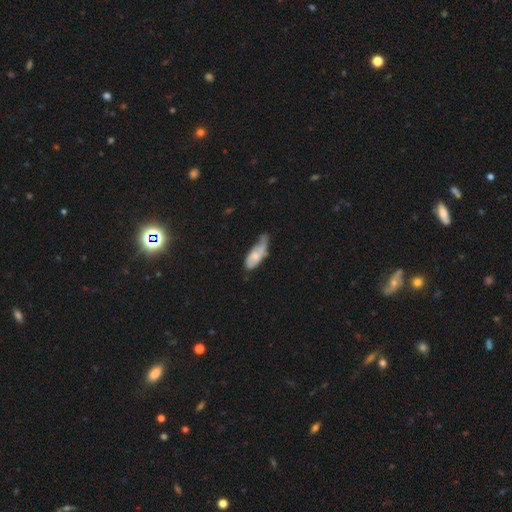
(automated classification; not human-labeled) Smooth or featured: smooth — 60% (featured or disk — 34%)
How rounded: in between — 74% (cigar-shaped — 24%)
Merging: minor disturbance — 41% (none — 28%)